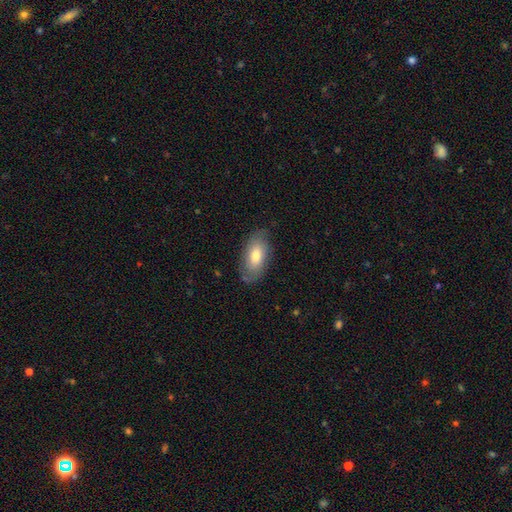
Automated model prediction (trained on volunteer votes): Morphology: type=smooth (62%); roundness=in between (93%); merging=none (76%).